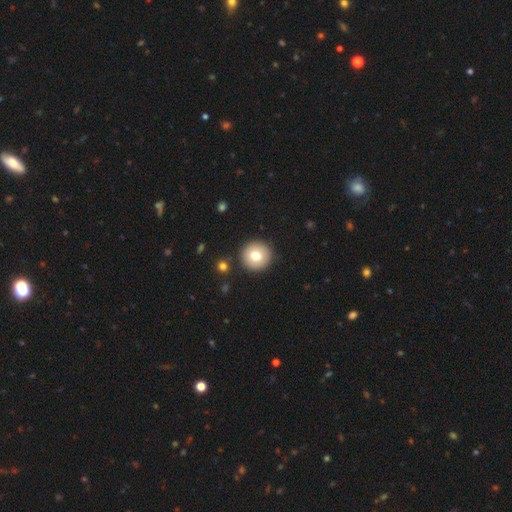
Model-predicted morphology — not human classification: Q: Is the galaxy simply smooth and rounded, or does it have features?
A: smooth — 73%.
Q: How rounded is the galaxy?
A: round — 96%.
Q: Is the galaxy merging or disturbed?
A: none — 91%.